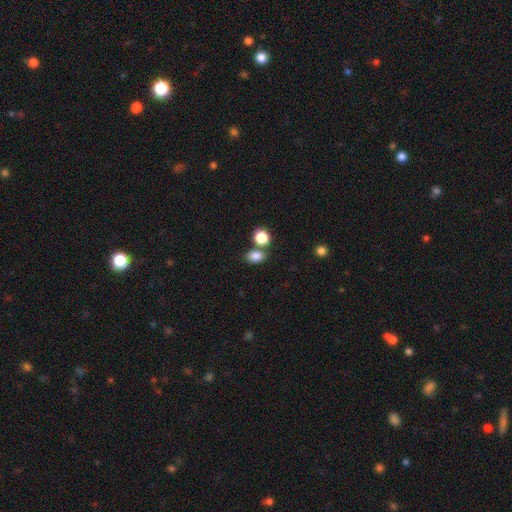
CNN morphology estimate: Smooth or featured? Predicted: smooth (p=0.83). How rounded? Predicted: in between (p=0.67). Merging? Predicted: none (p=0.59).